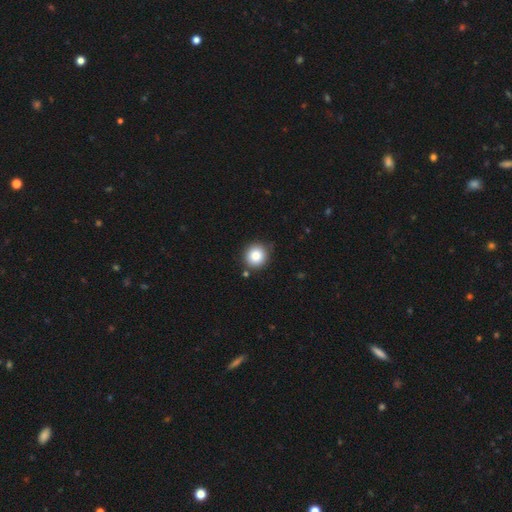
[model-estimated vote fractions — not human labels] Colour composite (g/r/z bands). It shows a smooth galaxy with no disk features (83%) that is round (93%). Merging: none (85%).